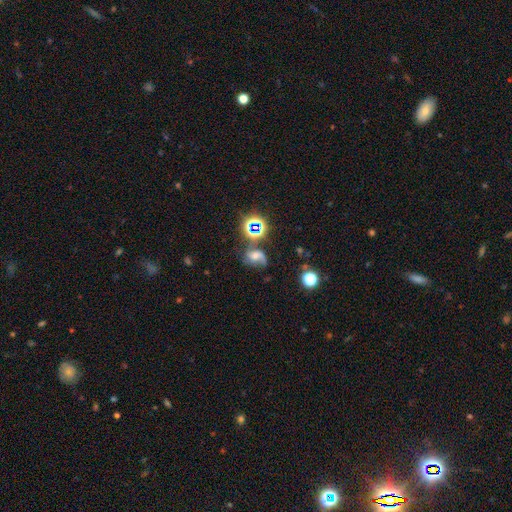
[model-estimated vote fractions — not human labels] smooth-or-featured: featured or disk: 43% | smooth: 32% | star or artifact: 25%
  merging: none: 38% | major disturbance: 26% | minor disturbance: 23% | merger: 14%